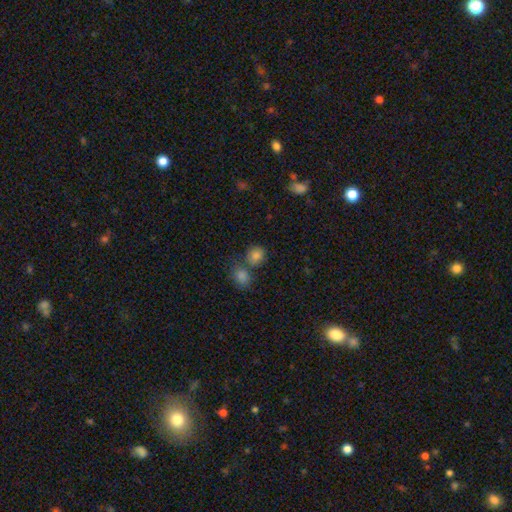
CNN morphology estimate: The model was most divided on "merging": none: 55%, merger: 32%, minor disturbance: 10%, major disturbance: 4%. More confident: smooth or featured — smooth (79%); how rounded — round (67%).